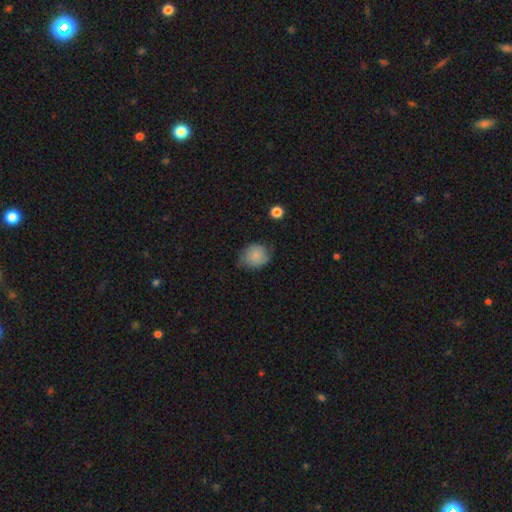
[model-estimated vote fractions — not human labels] This is likely a smooth galaxy (79%). How rounded: likely round (60%). Merging: likely none (62%).